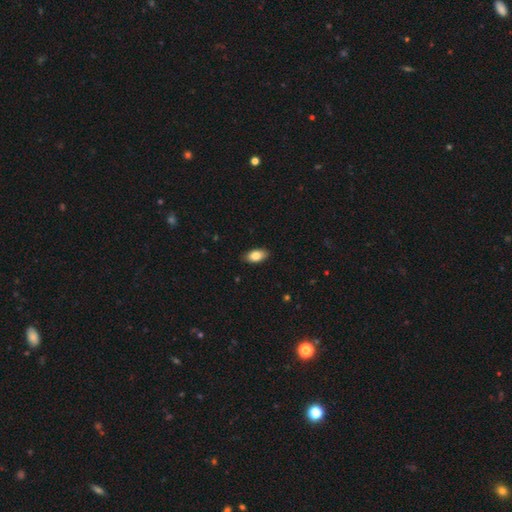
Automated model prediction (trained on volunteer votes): Q: Smooth or featured?
A: smooth (82%); runner-up: featured or disk (11%)
Q: How rounded?
A: in between (92%); runner-up: round (4%)
Q: Merging?
A: none (88%); runner-up: minor disturbance (9%)